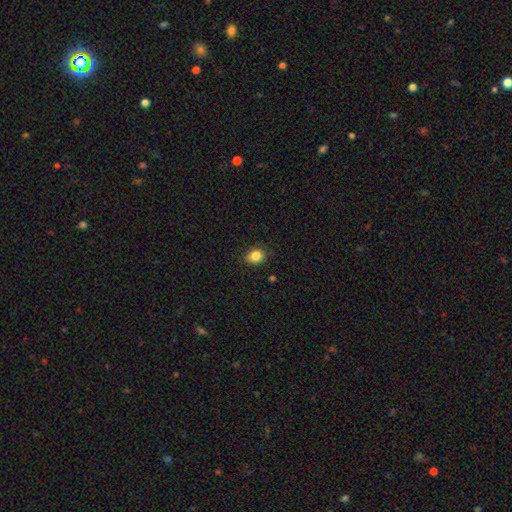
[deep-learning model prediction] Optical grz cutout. It shows a smooth galaxy with no disk features (84%) that is round (55%). Merging: none (83%).